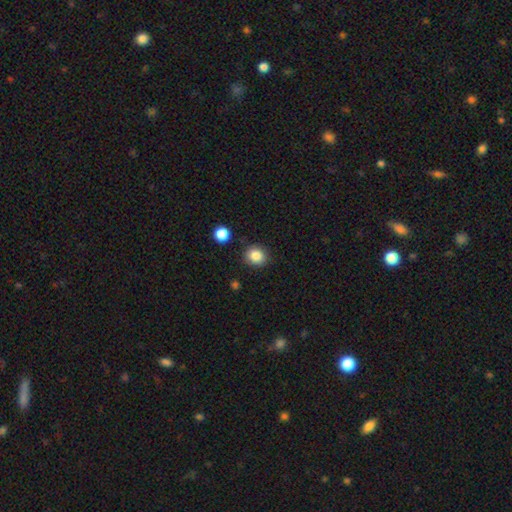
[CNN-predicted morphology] Overall: smooth (85%). How rounded: round (82%). Merging: none (86%).